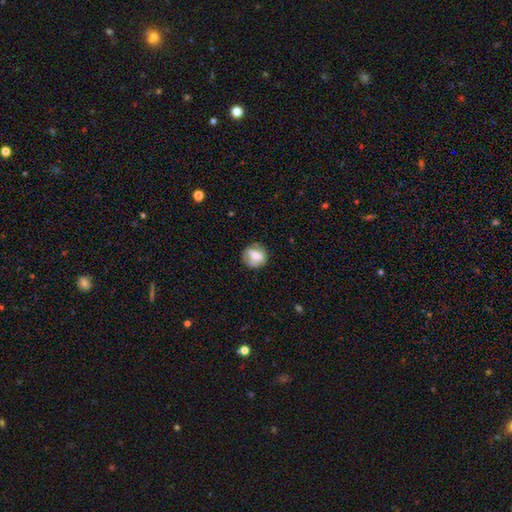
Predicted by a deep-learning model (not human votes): Smooth or featured: smooth — 67% (featured or disk — 24%)
How rounded: round — 85% (in between — 14%)
Merging: none — 73% (minor disturbance — 19%)